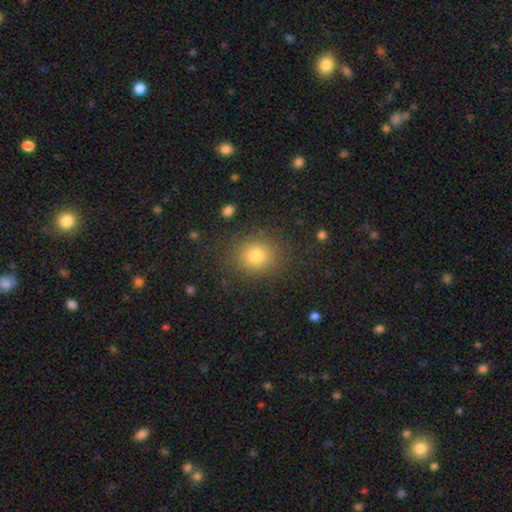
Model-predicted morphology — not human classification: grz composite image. It shows a smooth galaxy with no disk features (80%) that is round (79%). Merging: none (86%).